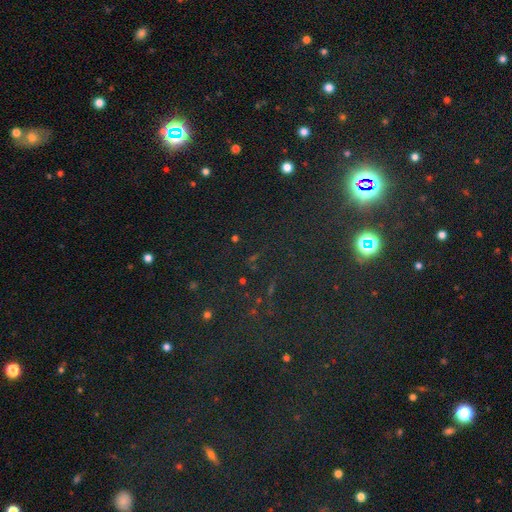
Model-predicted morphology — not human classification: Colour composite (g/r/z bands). It shows a star or artifact, not a galaxy (78%).